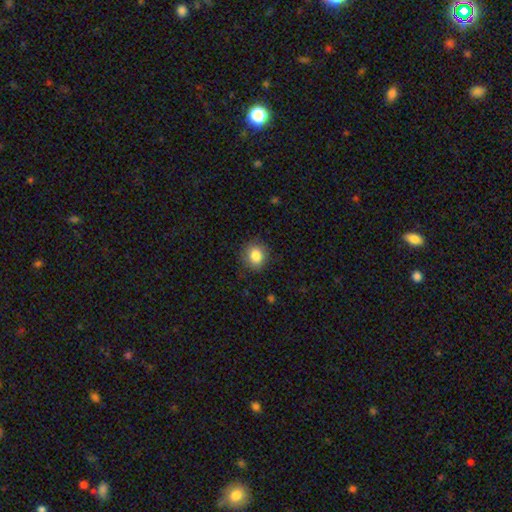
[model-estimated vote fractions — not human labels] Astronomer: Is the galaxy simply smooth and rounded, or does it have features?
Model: smooth — 85%.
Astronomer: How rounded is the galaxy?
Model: round — 75%.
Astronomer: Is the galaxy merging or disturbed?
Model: none — 86%.